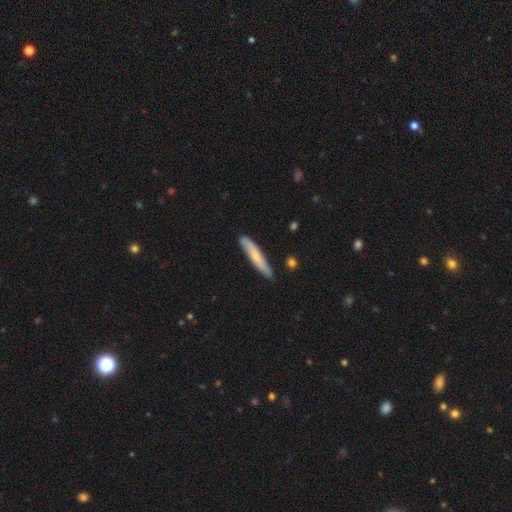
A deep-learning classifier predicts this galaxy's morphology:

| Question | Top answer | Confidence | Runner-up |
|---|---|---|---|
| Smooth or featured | smooth | 62% | featured or disk (33%) |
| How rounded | cigar-shaped | 92% | in between (7%) |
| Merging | none | 80% | minor disturbance (16%) |